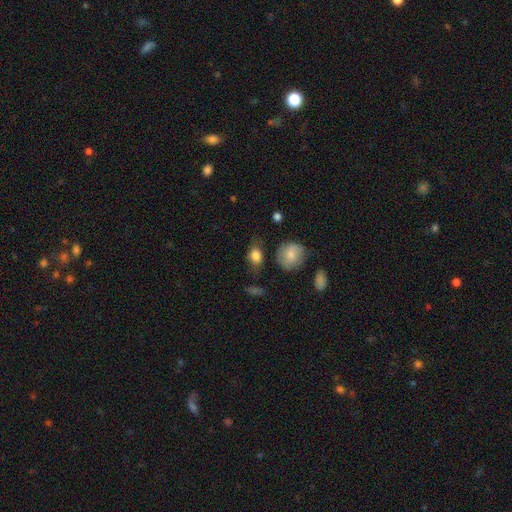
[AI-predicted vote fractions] Q: Smooth or featured?
A: smooth (80%); runner-up: featured or disk (11%)
Q: How rounded?
A: in between (60%); runner-up: round (37%)
Q: Merging?
A: none (60%); runner-up: minor disturbance (25%)